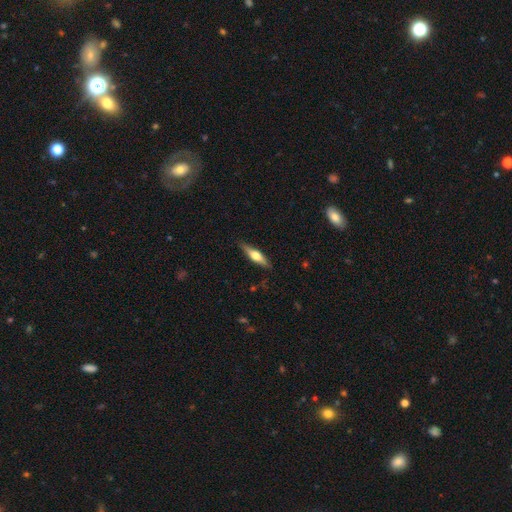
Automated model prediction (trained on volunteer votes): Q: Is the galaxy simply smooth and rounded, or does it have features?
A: featured or disk — 50%.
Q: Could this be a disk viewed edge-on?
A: yes — 93%.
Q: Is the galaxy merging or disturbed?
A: none — 84%.